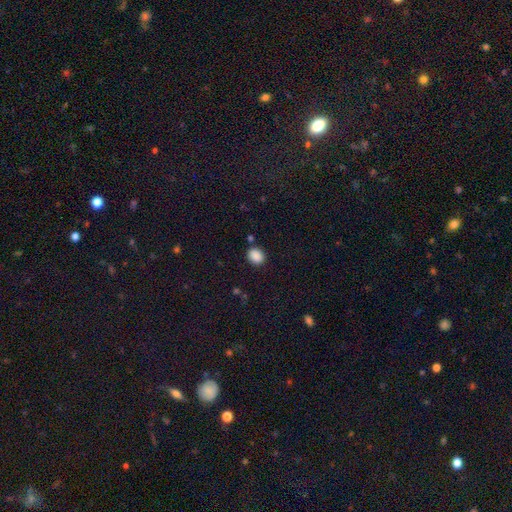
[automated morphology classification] smooth-or-featured: smooth: 88% | star or artifact: 9% | featured or disk: 3%
  how-rounded: in between: 50% | round: 49% | cigar-shaped: 1%
  merging: none: 83% | minor disturbance: 10% | merger: 4% | major disturbance: 3%